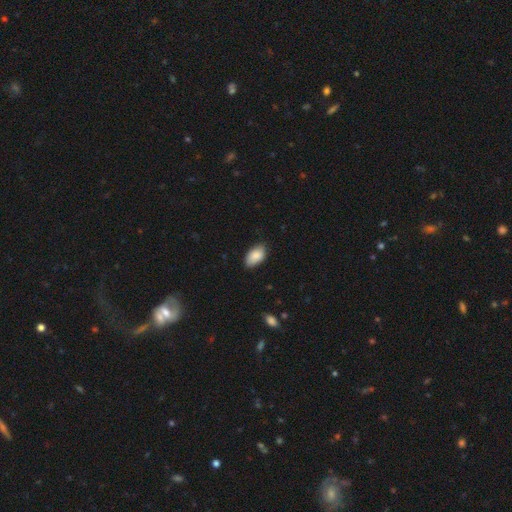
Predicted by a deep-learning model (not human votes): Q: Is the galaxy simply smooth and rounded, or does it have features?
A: smooth — 87%.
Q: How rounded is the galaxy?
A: in between — 94%.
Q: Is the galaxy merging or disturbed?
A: none — 78%.